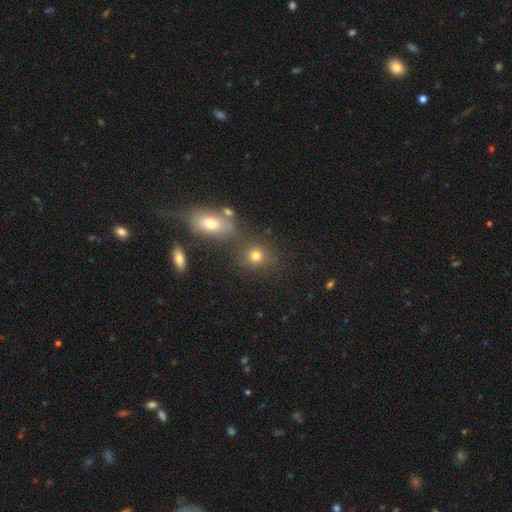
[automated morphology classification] type=smooth (75%); roundness=round (78%); merging=none (66%).